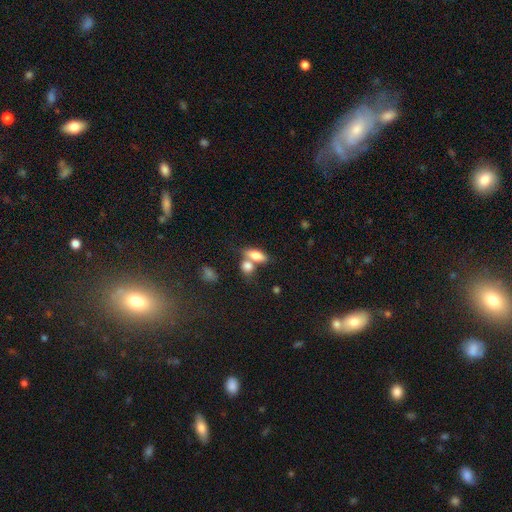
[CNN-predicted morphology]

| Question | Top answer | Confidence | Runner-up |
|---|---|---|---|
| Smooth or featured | smooth | 76% | featured or disk (16%) |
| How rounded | in between | 78% | cigar-shaped (15%) |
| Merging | merger | 44% | none (41%) |